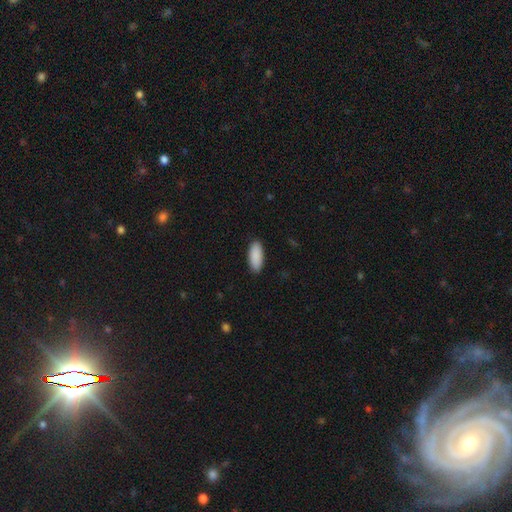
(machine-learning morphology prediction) smooth 91%, star or artifact 6%, featured or disk 3%. Down the decision tree: how rounded — in between (86%); merging — none (89%).